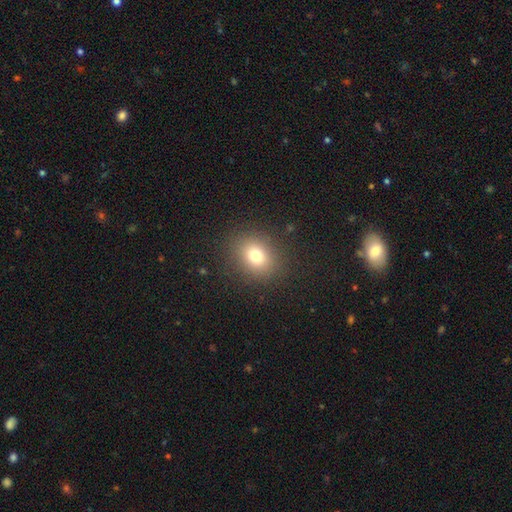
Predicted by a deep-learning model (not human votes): smooth-or-featured: smooth: 75% | star or artifact: 15% | featured or disk: 10%
  how-rounded: round: 62% | in between: 37% | cigar-shaped: 1%
  merging: none: 87% | minor disturbance: 8% | major disturbance: 4% | merger: 1%